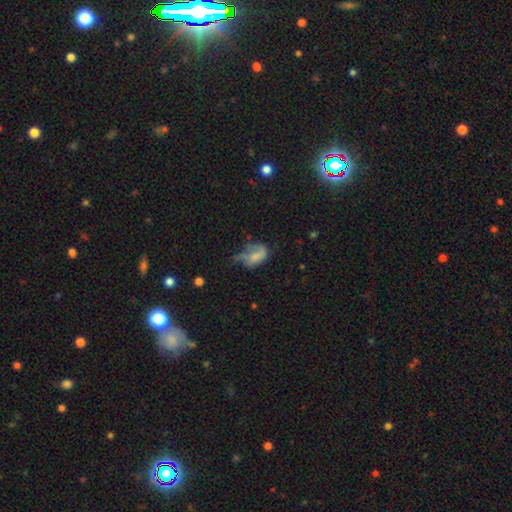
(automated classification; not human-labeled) A smooth galaxy with no disk features (58%) that is in between round and cigar-shaped (82%).

Vote fractions:
- Smooth or featured? smooth: 58% / featured or disk: 30% / star or artifact: 11%
- How rounded? in between: 82% / round: 16% / cigar-shaped: 2%
- Merging? major disturbance: 41% / minor disturbance: 29% / none: 24% / merger: 6%